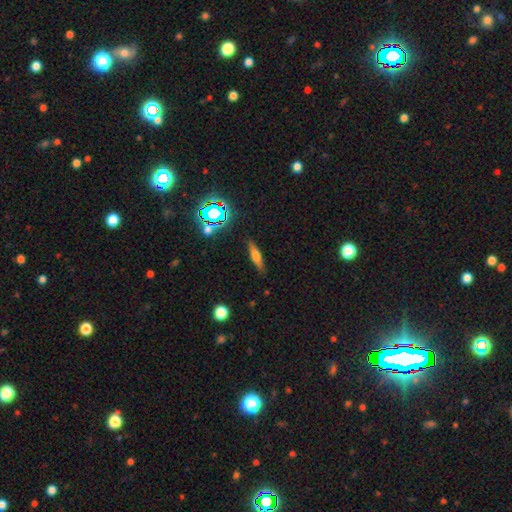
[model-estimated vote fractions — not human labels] This is possibly a smooth galaxy (52%). How rounded: likely cigar-shaped (72%). Merging: clearly none (86%).